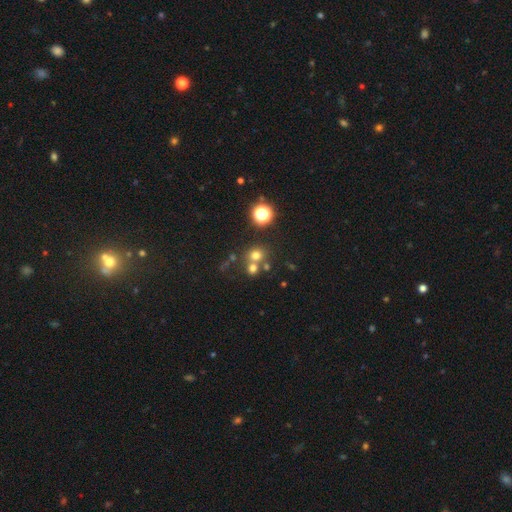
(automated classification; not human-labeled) A smooth galaxy with no disk features (68%) that is round (84%). Merging: none (57%).